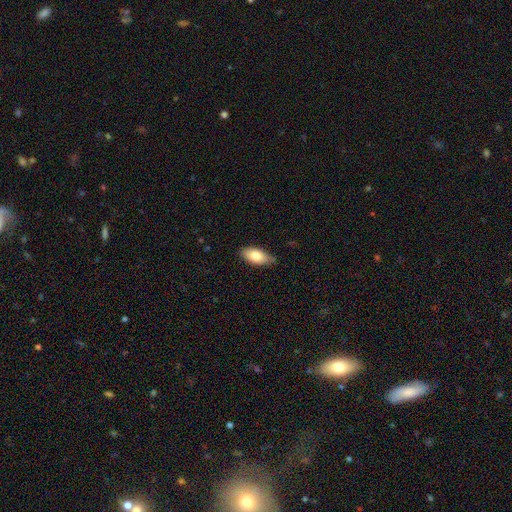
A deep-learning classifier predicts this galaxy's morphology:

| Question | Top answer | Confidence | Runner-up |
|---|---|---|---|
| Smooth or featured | smooth | 78% | featured or disk (15%) |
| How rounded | in between | 90% | cigar-shaped (7%) |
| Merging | none | 78% | minor disturbance (19%) |